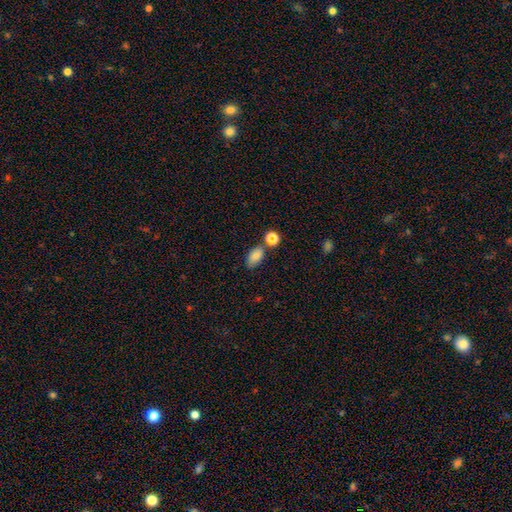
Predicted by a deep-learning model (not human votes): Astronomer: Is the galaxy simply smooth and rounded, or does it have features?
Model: smooth — 82%.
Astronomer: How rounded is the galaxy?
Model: in between — 89%.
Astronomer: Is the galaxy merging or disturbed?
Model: none — 66%.